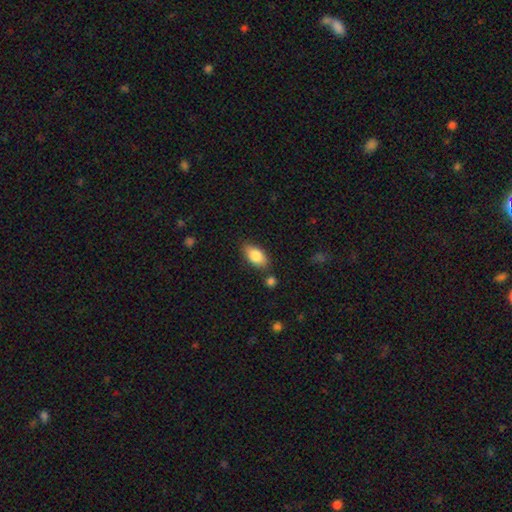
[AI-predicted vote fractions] This is clearly a smooth galaxy (83%). How rounded: clearly in between (91%). Merging: likely none (79%).